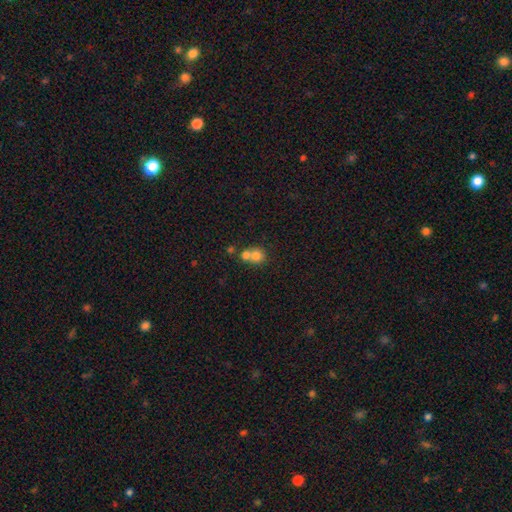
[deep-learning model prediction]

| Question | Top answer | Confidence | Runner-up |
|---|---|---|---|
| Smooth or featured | smooth | 74% | featured or disk (14%) |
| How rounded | round | 83% | in between (17%) |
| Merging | merger | 57% | none (35%) |